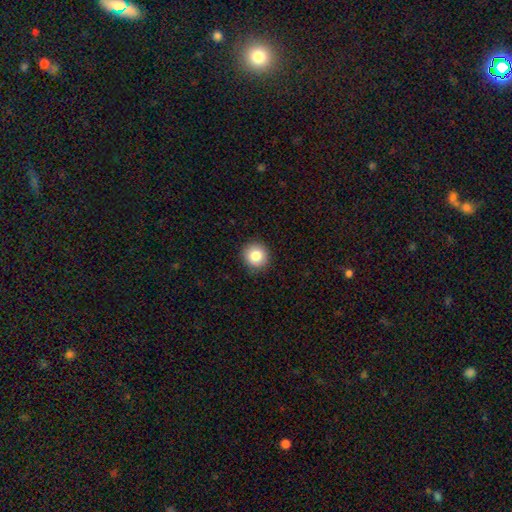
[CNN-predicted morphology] type=smooth (83%); roundness=round (90%); merging=none (91%).